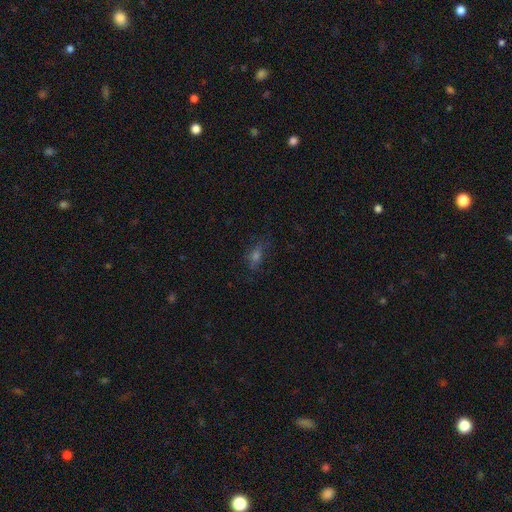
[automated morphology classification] This is possibly a smooth galaxy (46%). Merging: likely none (73%).